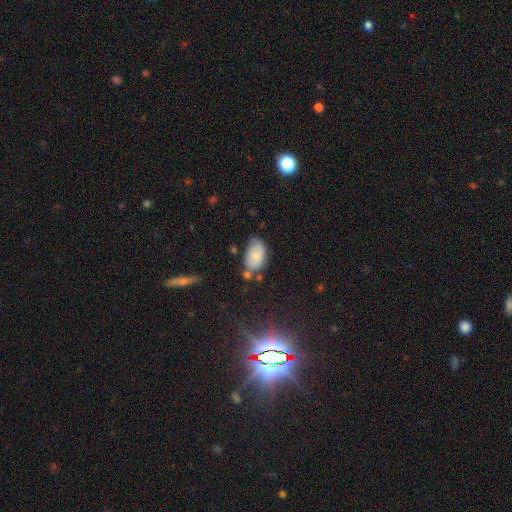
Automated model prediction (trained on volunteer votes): smooth-or-featured: smooth: 74% | featured or disk: 18% | star or artifact: 8%
  how-rounded: in between: 91% | round: 7% | cigar-shaped: 1%
  merging: none: 49% | minor disturbance: 32% | merger: 11% | major disturbance: 9%